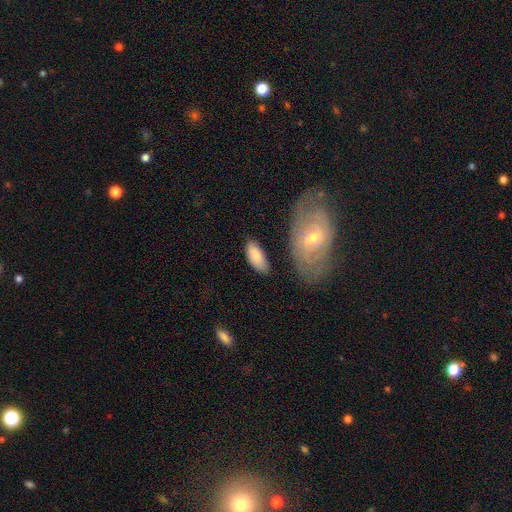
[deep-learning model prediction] Overall: smooth (82%). How rounded: in between (85%). Merging: none (72%).